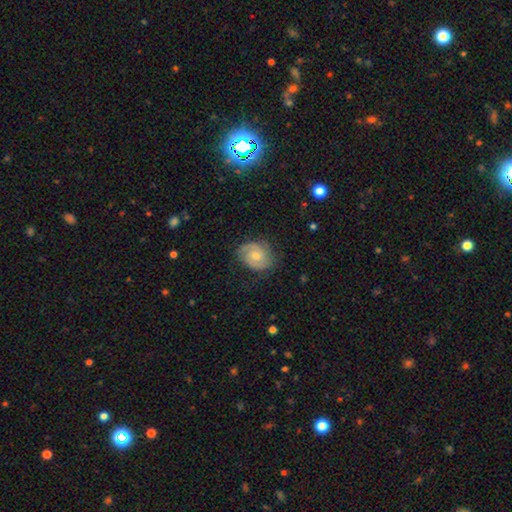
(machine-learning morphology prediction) Smooth or featured?
  - featured or disk: 63% *
  - smooth: 27%
  - star or artifact: 10%
Edge-on disk?
  - no: 97% *
  - yes: 3%
Bar?
  - no: 72% *
  - weak: 23%
  - strong: 4%
Spiral arms?
  - yes: 87% *
  - no: 13%
Spiral winding?
  - tight: 53% *
  - medium: 35%
  - loose: 12%
Spiral arm count?
  - 2: 60% *
  - can't tell: 23%
  - 3: 8%
  - 1: 4%
  - 4: 2%
  - more than 4: 2%
Bulge size?
  - moderate: 56% *
  - small: 40%
  - large: 2%
  - none: 1%
  - dominant: 1%
Merging?
  - none: 74% *
  - minor disturbance: 19%
  - major disturbance: 6%
  - merger: 1%